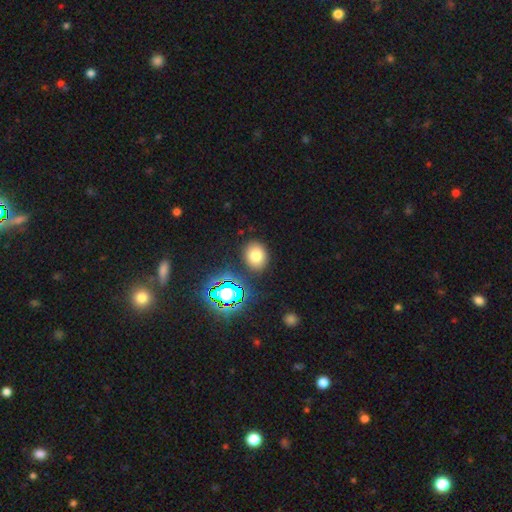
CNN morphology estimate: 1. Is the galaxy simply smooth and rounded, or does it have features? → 72% smooth, 19% star or artifact, 10% featured or disk.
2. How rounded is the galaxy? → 50% round, 49% in between, 1% cigar-shaped.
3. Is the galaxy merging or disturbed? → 86% none, 9% minor disturbance, 3% merger, 3% major disturbance.